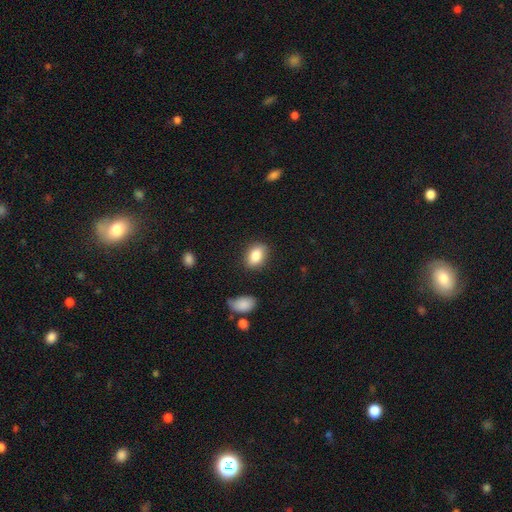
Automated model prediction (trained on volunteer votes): Smooth or featured? smooth (84%)
How rounded? in between (81%)
Merging? none (83%)